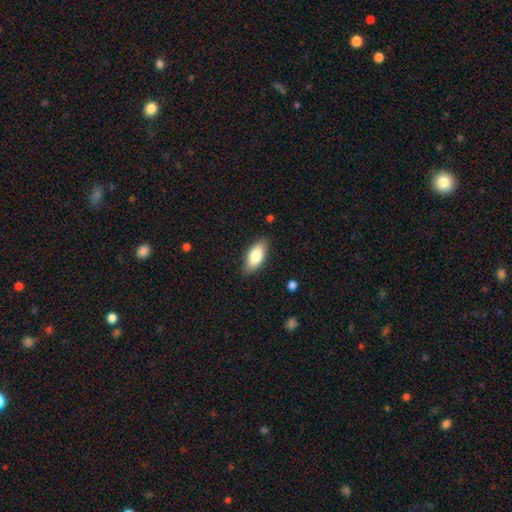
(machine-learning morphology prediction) A smooth galaxy with no disk features (79%) that is in between round and cigar-shaped (87%). Merging: none (85%).